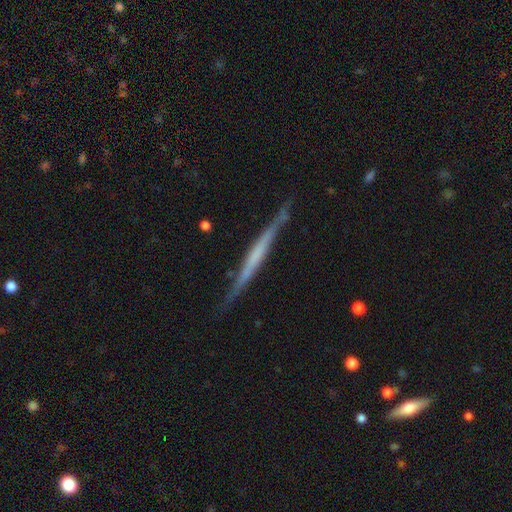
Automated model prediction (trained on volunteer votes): Smooth or featured? Predicted: featured or disk (p=0.67). Edge-on disk? Predicted: yes (p=0.96). Edge-on bulge? Predicted: none (p=0.69). Merging? Predicted: none (p=0.81).